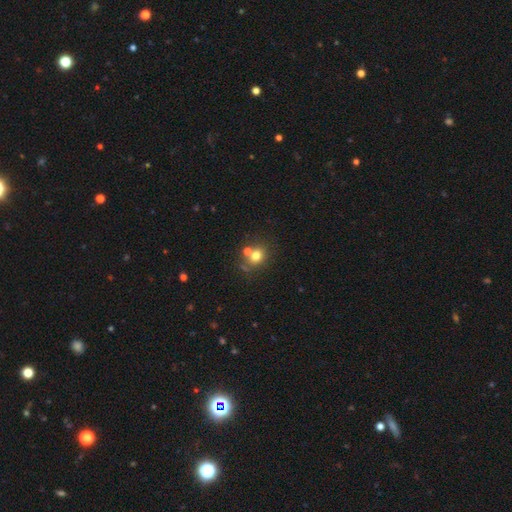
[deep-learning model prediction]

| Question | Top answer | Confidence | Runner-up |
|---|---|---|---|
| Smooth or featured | smooth | 72% | star or artifact (15%) |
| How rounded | round | 70% | in between (29%) |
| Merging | none | 55% | merger (28%) |